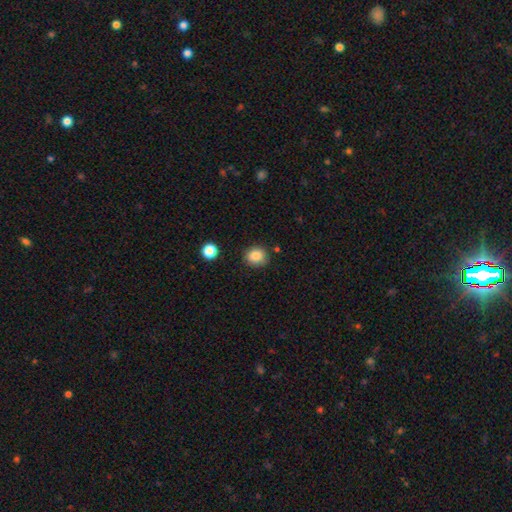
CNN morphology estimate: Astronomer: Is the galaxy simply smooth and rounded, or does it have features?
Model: smooth — 86%.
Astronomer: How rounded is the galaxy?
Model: round — 76%.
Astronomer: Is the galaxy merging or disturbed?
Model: none — 82%.